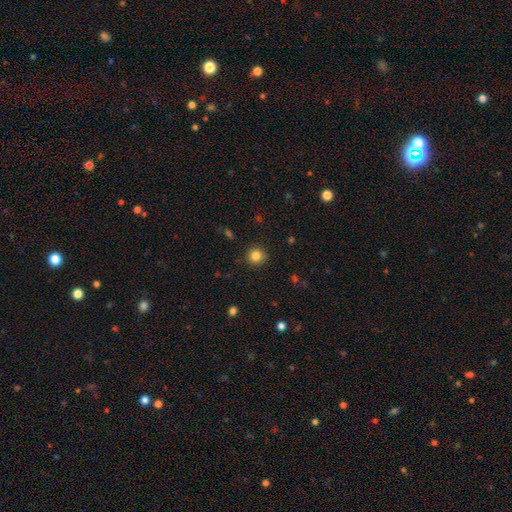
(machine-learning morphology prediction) type=smooth (84%); roundness=round (91%); merging=none (86%).